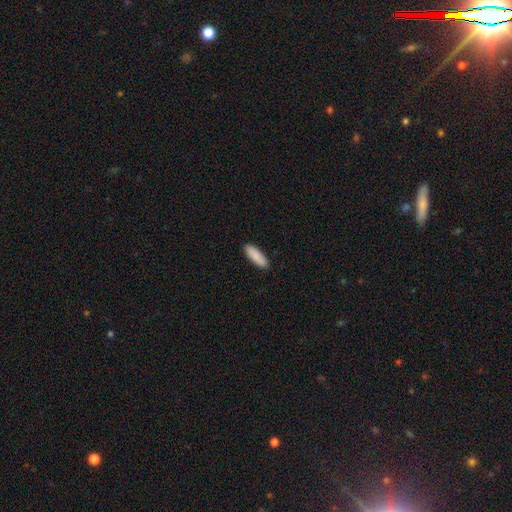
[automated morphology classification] smooth_or_featured: smooth (p=0.90) [alt: star or artifact p=0.05]
how_rounded: in between (p=0.58) [alt: cigar-shaped p=0.41]
merging: none (p=0.89) [alt: minor disturbance p=0.08]